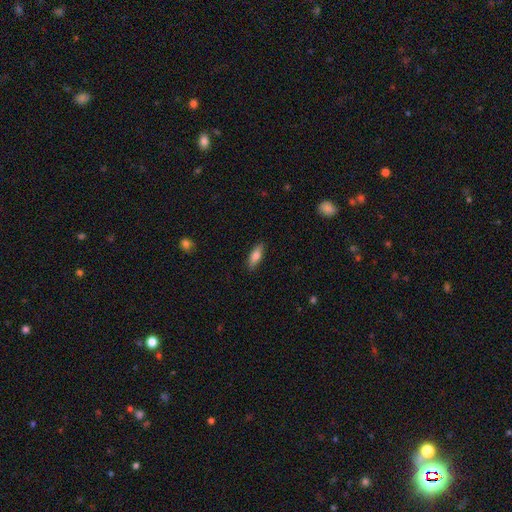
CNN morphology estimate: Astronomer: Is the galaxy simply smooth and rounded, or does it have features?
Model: smooth — 79%.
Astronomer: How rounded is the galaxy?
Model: in between — 66%.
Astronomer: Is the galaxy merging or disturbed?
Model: none — 87%.